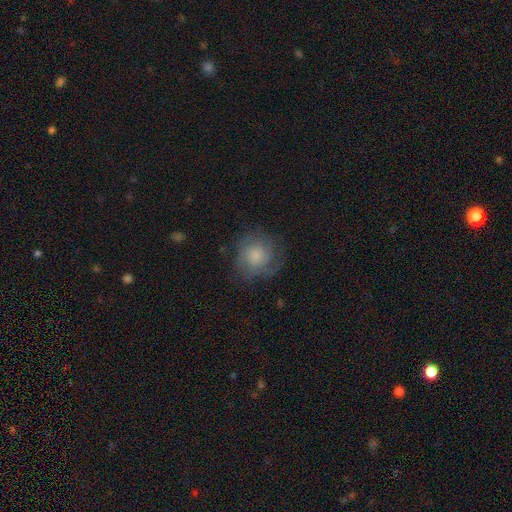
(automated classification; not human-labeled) Morphology: type=smooth (54%); roundness=round (86%); merging=none (67%).